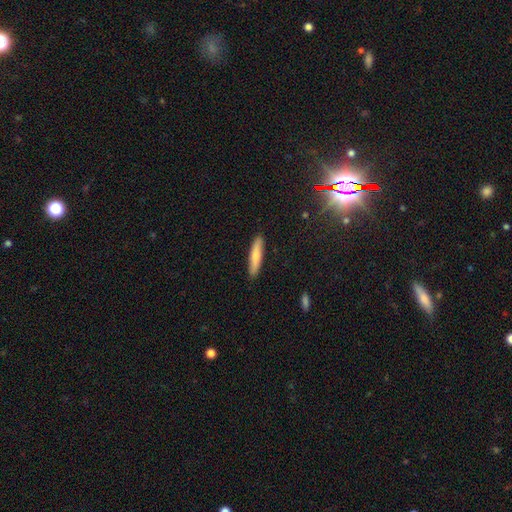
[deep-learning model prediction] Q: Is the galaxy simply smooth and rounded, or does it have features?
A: smooth — 72%.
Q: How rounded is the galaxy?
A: cigar-shaped — 86%.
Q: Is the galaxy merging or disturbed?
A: none — 90%.